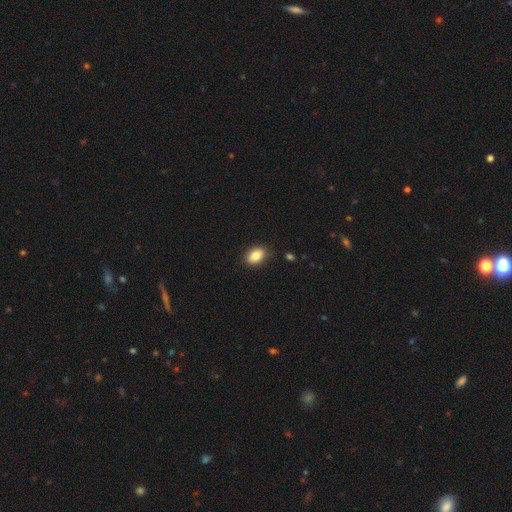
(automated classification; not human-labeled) smooth_or_featured: smooth (p=0.84) [alt: star or artifact p=0.08]
how_rounded: in between (p=0.80) [alt: round p=0.19]
merging: none (p=0.87) [alt: minor disturbance p=0.09]